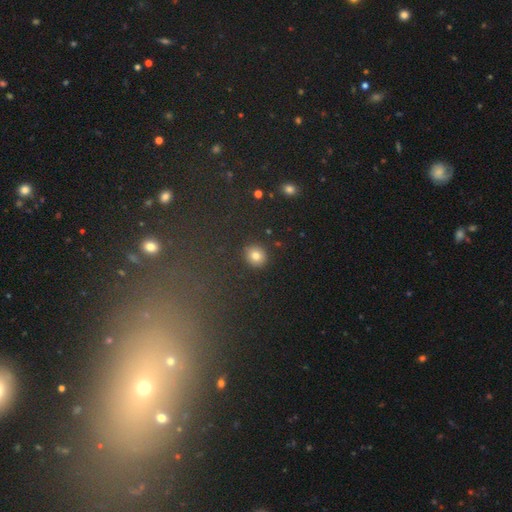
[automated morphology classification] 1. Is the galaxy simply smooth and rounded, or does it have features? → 80% smooth, 12% star or artifact, 8% featured or disk.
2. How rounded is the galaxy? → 87% round, 12% in between, 1% cigar-shaped.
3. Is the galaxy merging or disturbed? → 90% none, 6% minor disturbance, 2% major disturbance, 1% merger.